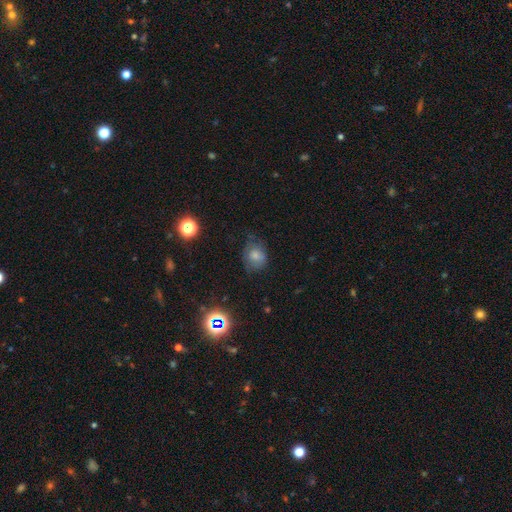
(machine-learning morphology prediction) Smooth or featured? Predicted: smooth (p=0.72). How rounded? Predicted: round (p=0.59). Merging? Predicted: none (p=0.56).